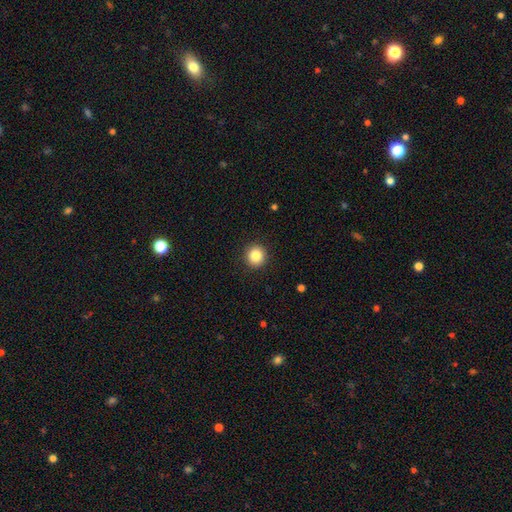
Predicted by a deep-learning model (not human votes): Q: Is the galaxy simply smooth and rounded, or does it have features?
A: smooth — 85%.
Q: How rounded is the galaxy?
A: round — 94%.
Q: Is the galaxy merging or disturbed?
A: none — 92%.